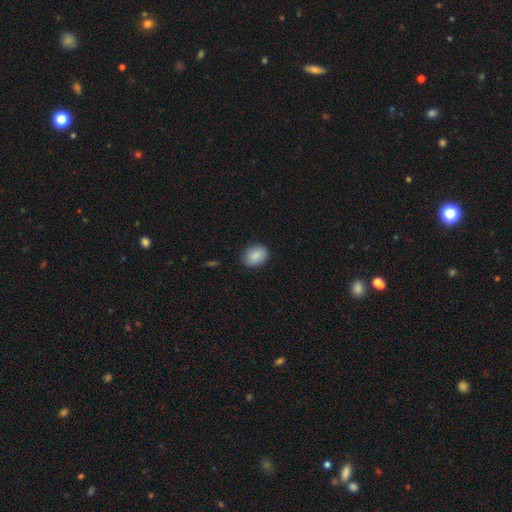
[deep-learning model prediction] A smooth galaxy with no disk features (88%) that is in between round and cigar-shaped (64%). Merging: none (85%).